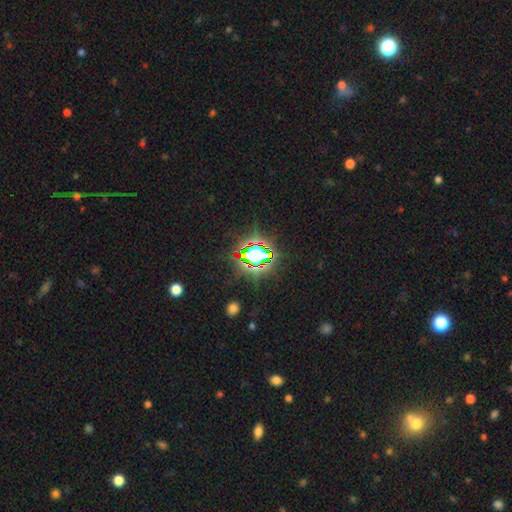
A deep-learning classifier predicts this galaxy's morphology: Smooth or featured? Predicted: star or artifact (p=0.75).